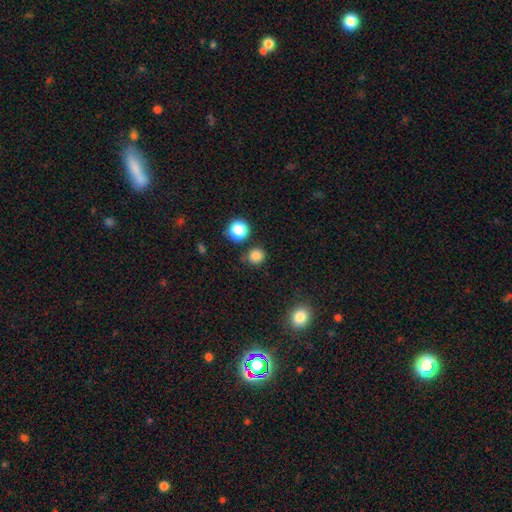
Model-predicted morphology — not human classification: type=smooth (81%); roundness=round (89%); merging=none (80%).